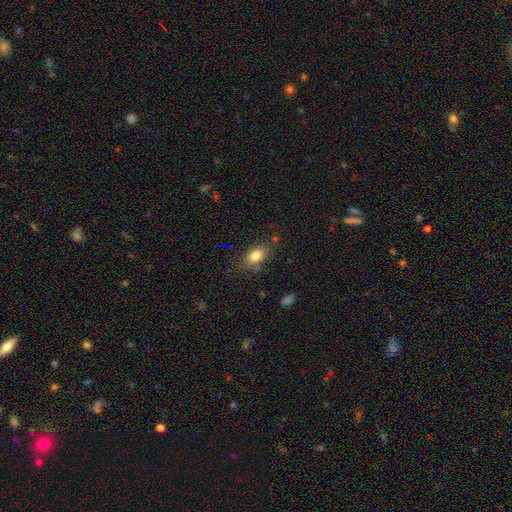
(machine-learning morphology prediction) Overall: smooth (81%). How rounded: in between (78%). Merging: none (74%).